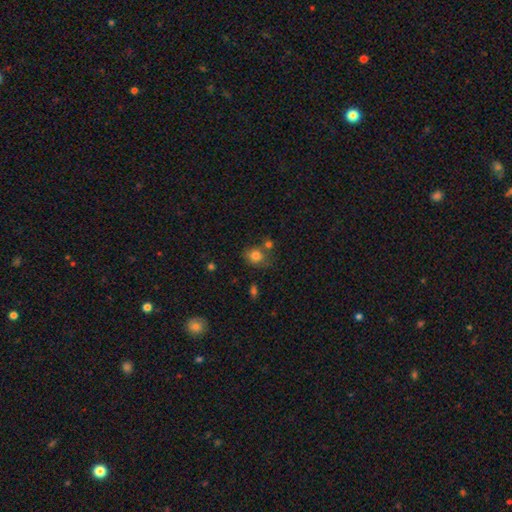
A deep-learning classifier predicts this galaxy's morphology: smooth_or_featured: smooth (p=0.79) [alt: star or artifact p=0.12]
how_rounded: round (p=0.68) [alt: in between p=0.31]
merging: none (p=0.60) [alt: merger p=0.17]